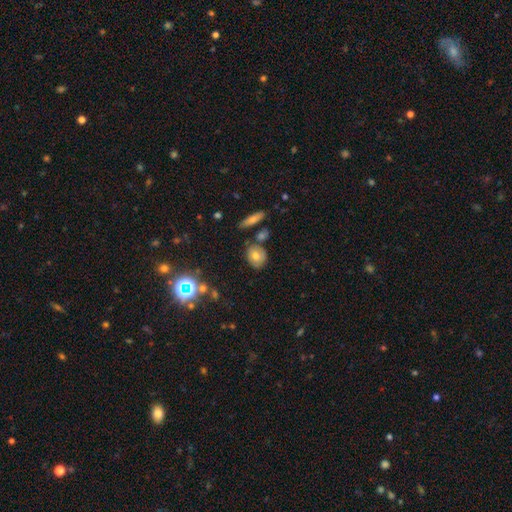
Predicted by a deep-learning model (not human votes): A smooth galaxy with no disk features (68%) that is round (60%).

Vote fractions:
- Smooth or featured? smooth: 68% / featured or disk: 20% / star or artifact: 12%
- How rounded? round: 60% / in between: 37% / cigar-shaped: 2%
- Merging? none: 74% / minor disturbance: 14% / merger: 9% / major disturbance: 4%